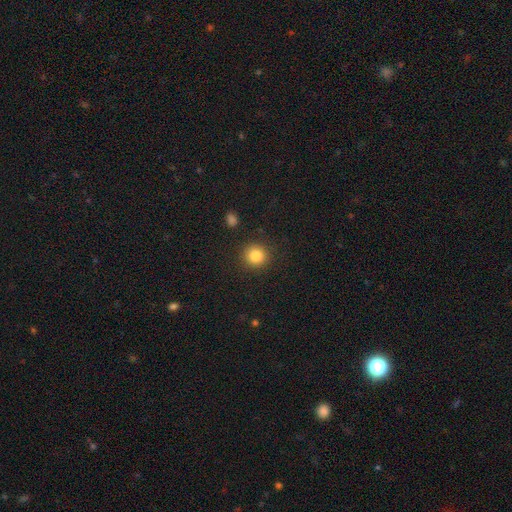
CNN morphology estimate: Smooth or featured? smooth (84%)
How rounded? round (93%)
Merging? none (90%)